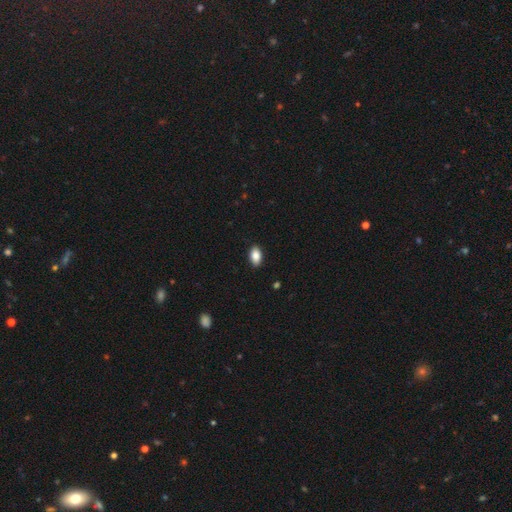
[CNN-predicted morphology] The model was most divided on "smooth or featured": smooth: 86%, star or artifact: 7%, featured or disk: 6%. More confident: how rounded — in between (92%); merging — none (89%).